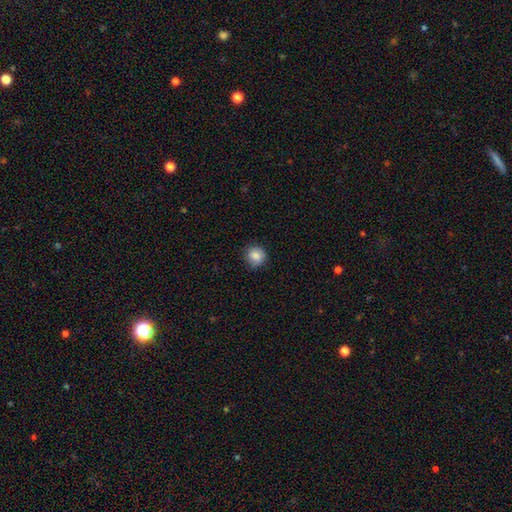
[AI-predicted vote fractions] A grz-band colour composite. It shows a smooth galaxy with no disk features (86%) that is round (90%). Merging: none (80%).